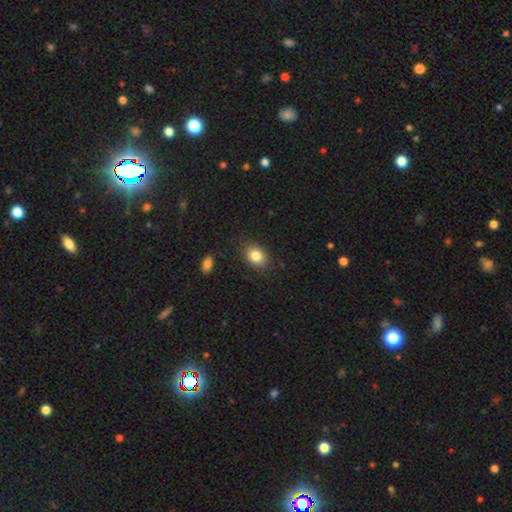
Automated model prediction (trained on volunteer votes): smooth_or_featured: smooth (p=0.83) [alt: star or artifact p=0.09]
how_rounded: in between (p=0.62) [alt: round p=0.37]
merging: none (p=0.85) [alt: minor disturbance p=0.11]